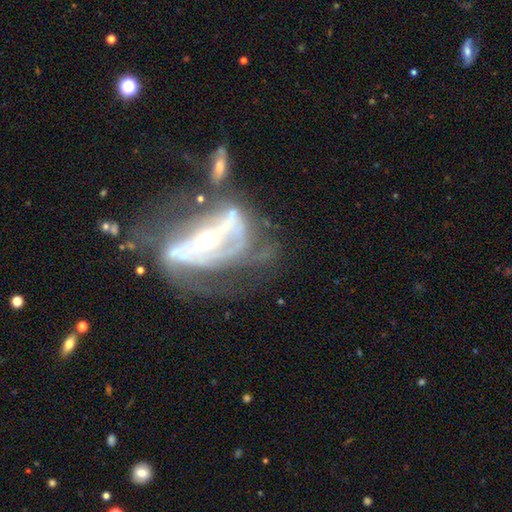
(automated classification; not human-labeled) Q: Smooth or featured?
A: featured or disk (82%); runner-up: smooth (9%)
Q: Edge-on disk?
A: no (90%); runner-up: yes (10%)
Q: Bar?
A: strong (44%); runner-up: no (31%)
Q: Spiral arms?
A: yes (73%); runner-up: no (27%)
Q: Spiral winding?
A: tight (41%); runner-up: medium (36%)
Q: Spiral arm count?
A: 2 (43%); runner-up: can't tell (37%)
Q: Bulge size?
A: small (60%); runner-up: moderate (34%)
Q: Merging?
A: major disturbance (33%); runner-up: none (32%)